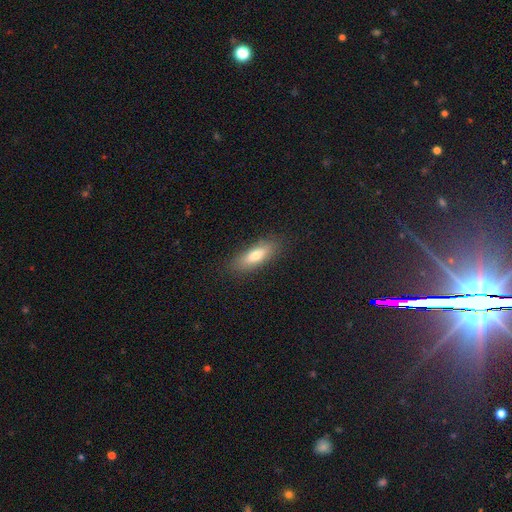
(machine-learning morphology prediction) smooth-or-featured: smooth: 73% | featured or disk: 20% | star or artifact: 7%
  how-rounded: in between: 59% | cigar-shaped: 39% | round: 3%
  merging: none: 86% | minor disturbance: 10% | major disturbance: 3% | merger: 1%